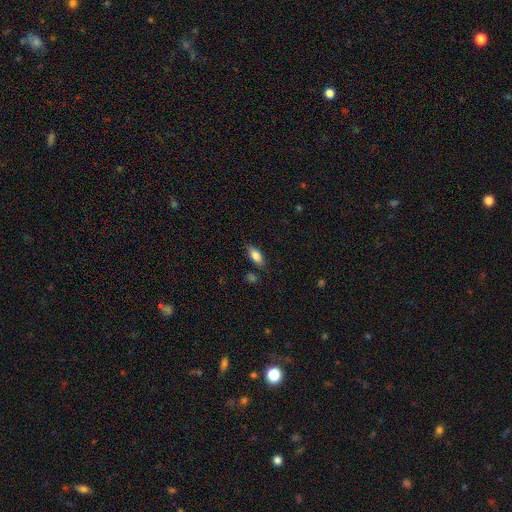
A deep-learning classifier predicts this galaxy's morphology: A smooth galaxy with no disk features (81%) that is in between round and cigar-shaped (83%). Merging: none (79%).